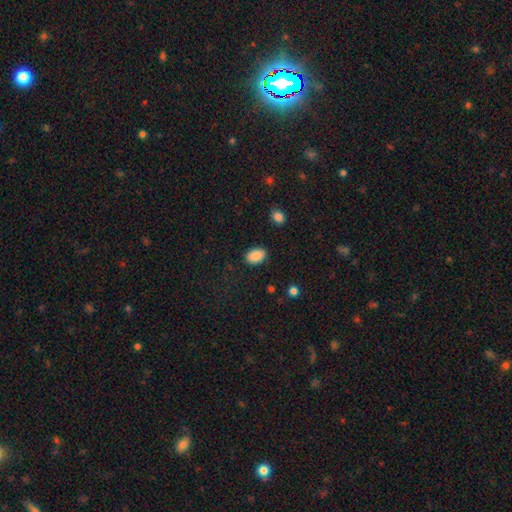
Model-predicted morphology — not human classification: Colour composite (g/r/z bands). It shows a smooth galaxy with no disk features (89%) that is in between round and cigar-shaped (86%). Merging: none (87%).